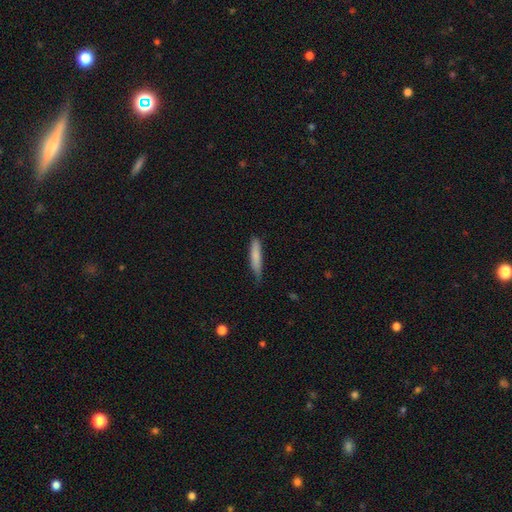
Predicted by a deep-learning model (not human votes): Smooth or featured: smooth — 80% (featured or disk — 14%)
How rounded: cigar-shaped — 88% (in between — 11%)
Merging: none — 68% (minor disturbance — 27%)